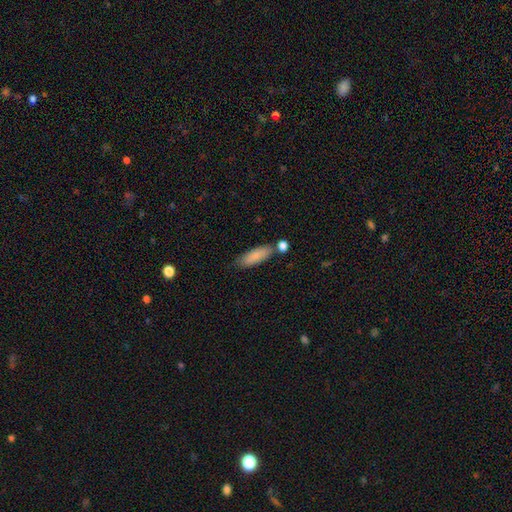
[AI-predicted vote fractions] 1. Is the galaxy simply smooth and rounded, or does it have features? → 83% smooth, 10% featured or disk, 6% star or artifact.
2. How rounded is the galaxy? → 60% in between, 38% cigar-shaped, 2% round.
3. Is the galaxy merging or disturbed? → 69% none, 15% minor disturbance, 12% merger, 3% major disturbance.